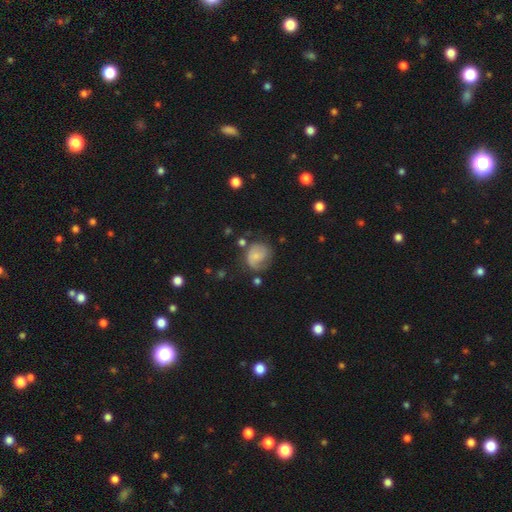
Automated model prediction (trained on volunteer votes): Overall: smooth (49%; featured or disk 42%). Merging: none (51%; minor disturbance 27%).